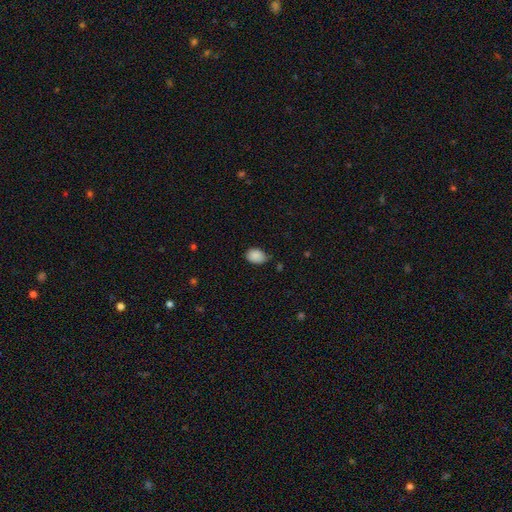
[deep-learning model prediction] Q: Smooth or featured?
A: smooth (88%); runner-up: star or artifact (8%)
Q: How rounded?
A: in between (77%); runner-up: round (22%)
Q: Merging?
A: none (66%); runner-up: minor disturbance (28%)